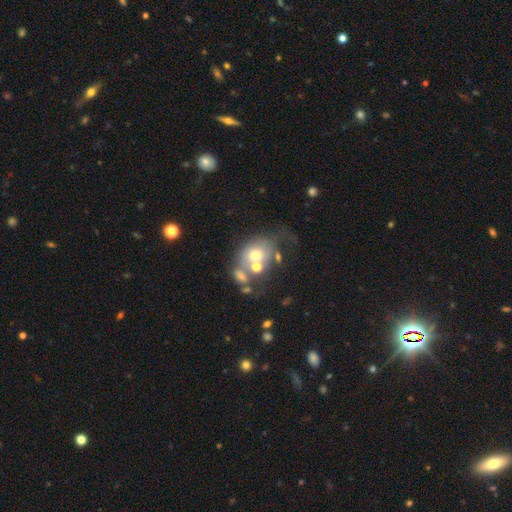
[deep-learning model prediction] Smooth or featured: smooth — 54% (featured or disk — 32%)
How rounded: round — 54% (in between — 45%)
Merging: merger — 37% (none — 29%)